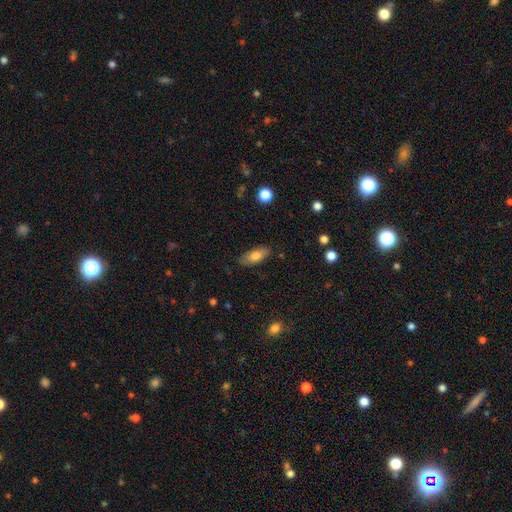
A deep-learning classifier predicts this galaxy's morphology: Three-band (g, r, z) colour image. It shows a smooth galaxy with no disk features (76%) that is in between round and cigar-shaped (81%). Merging: none (84%).